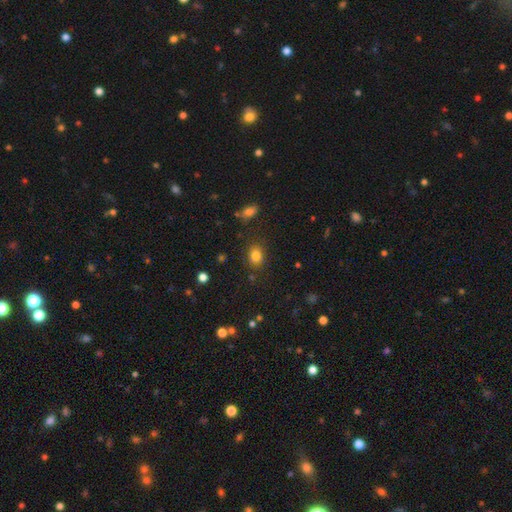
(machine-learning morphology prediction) smooth_or_featured: smooth (p=0.82) [alt: star or artifact p=0.12]
how_rounded: round (p=0.50) [alt: in between p=0.49]
merging: none (p=0.81) [alt: minor disturbance p=0.12]